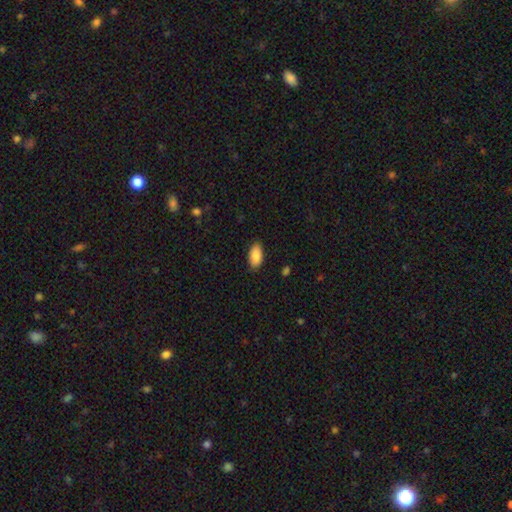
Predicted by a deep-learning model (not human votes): This is clearly a smooth galaxy (88%). How rounded: clearly in between (94%). Merging: clearly none (87%).